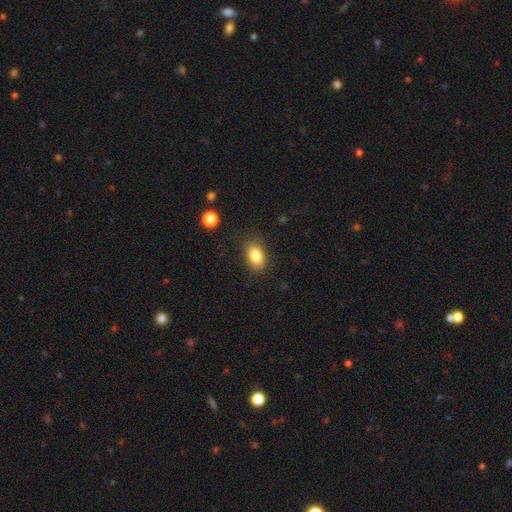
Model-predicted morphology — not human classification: type=smooth (83%); roundness=in between (85%); merging=none (84%).